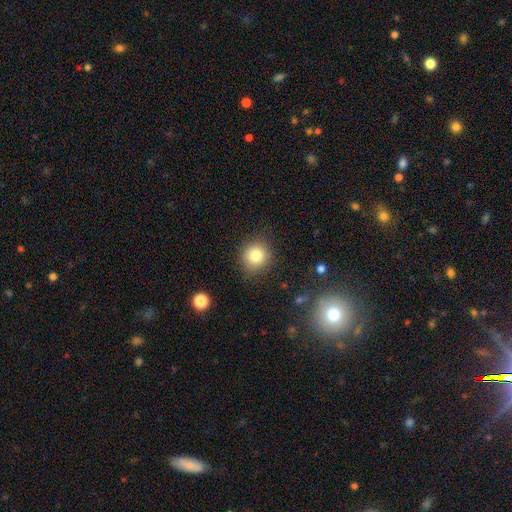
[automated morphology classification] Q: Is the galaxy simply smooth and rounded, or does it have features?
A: smooth — 82%.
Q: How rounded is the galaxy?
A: round — 87%.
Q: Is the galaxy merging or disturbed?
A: none — 86%.